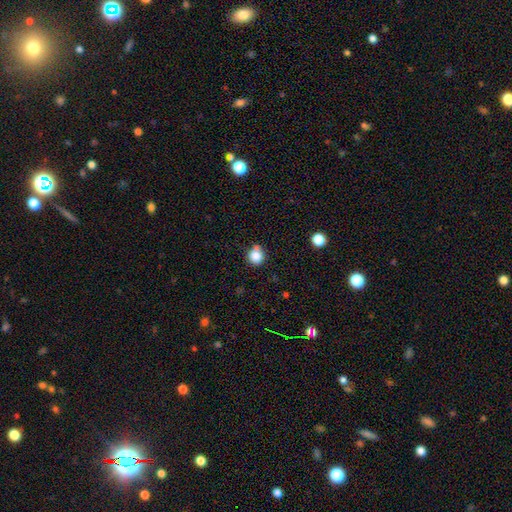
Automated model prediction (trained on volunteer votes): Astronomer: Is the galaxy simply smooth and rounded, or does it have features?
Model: smooth — 83%.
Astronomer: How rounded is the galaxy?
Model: round — 89%.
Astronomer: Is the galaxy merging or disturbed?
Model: none — 67%.